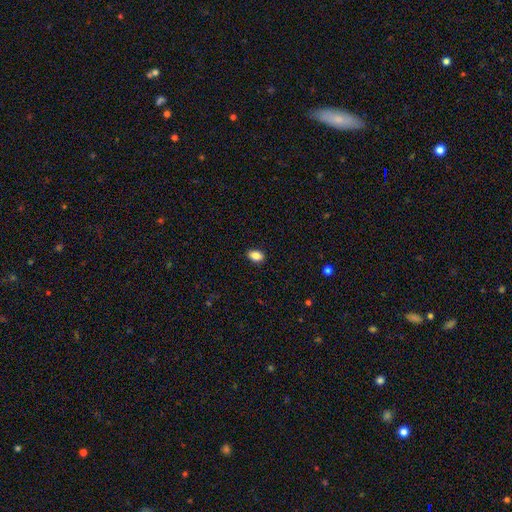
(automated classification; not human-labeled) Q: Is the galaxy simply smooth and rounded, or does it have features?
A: smooth — 87%.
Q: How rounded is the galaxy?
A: in between — 82%.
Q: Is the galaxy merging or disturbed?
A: none — 88%.